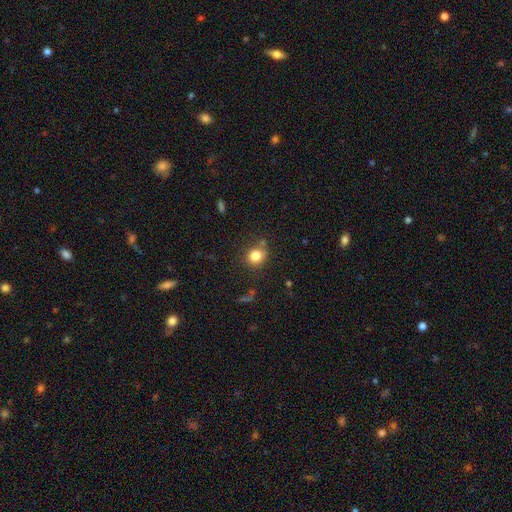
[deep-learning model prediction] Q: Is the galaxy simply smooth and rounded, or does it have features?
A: smooth — 82%.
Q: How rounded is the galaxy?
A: round — 75%.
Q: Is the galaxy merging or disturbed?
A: none — 73%.